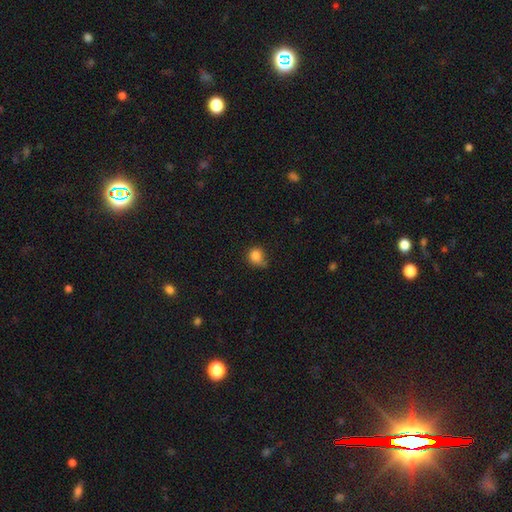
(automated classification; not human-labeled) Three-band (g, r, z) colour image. It shows a smooth galaxy with no disk features (84%) that is round (81%). Merging: none (58%).